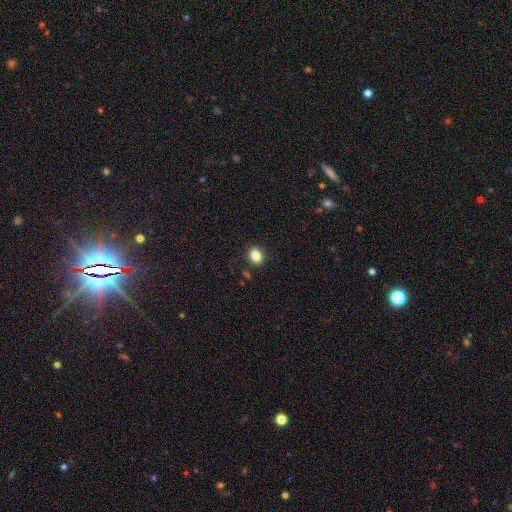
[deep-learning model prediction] The model was most divided on "how rounded": round: 56%, in between: 43%, cigar-shaped: 1%. More confident: merging — none (88%); smooth or featured — smooth (84%).